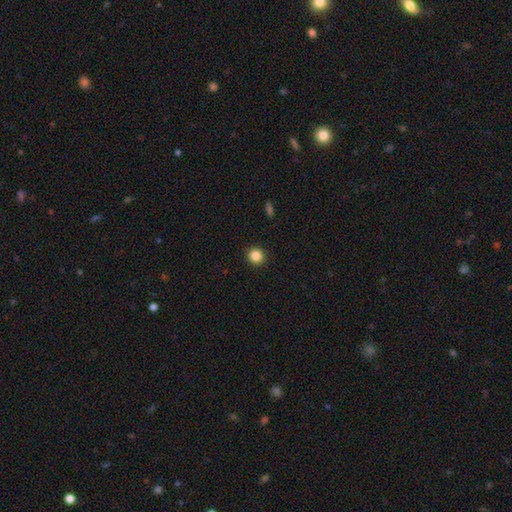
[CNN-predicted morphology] Smooth or featured? Predicted: smooth (p=0.87). How rounded? Predicted: round (p=0.91). Merging? Predicted: none (p=0.92).